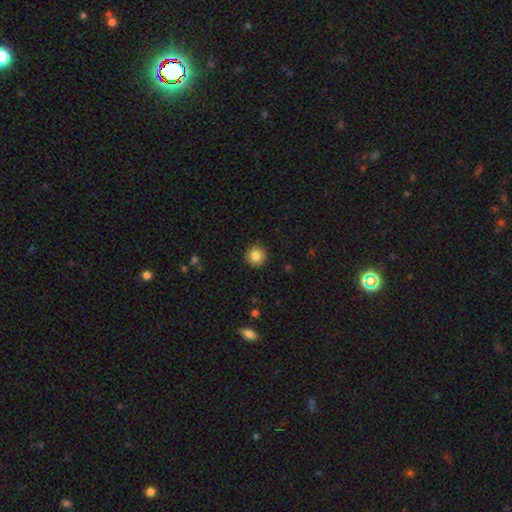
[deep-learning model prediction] smooth 84%, star or artifact 10%, featured or disk 6%. Down the decision tree: how rounded — round (95%); merging — none (92%).